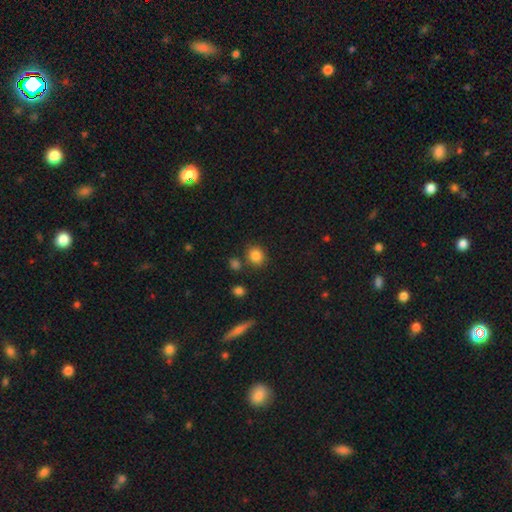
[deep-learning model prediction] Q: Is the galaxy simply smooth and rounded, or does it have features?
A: smooth — 84%.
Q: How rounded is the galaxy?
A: round — 71%.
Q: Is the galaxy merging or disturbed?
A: none — 79%.